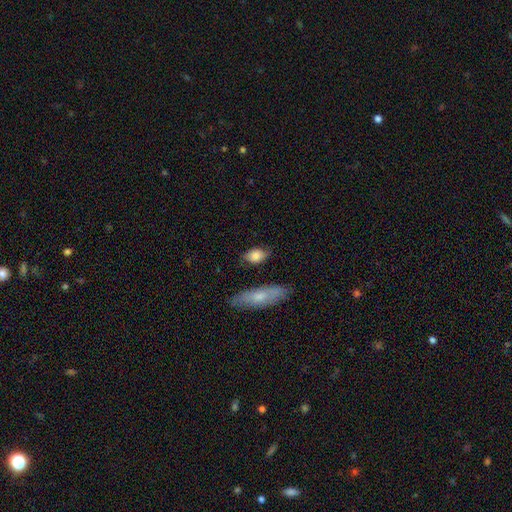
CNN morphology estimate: This is clearly a smooth galaxy (80%). How rounded: likely in between (77%). Merging: likely none (71%).